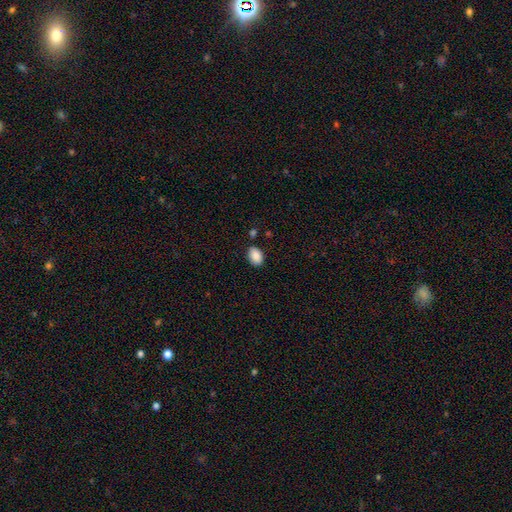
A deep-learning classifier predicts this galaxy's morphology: A smooth galaxy with no disk features (89%) that is in between round and cigar-shaped (85%). Merging: none (84%).